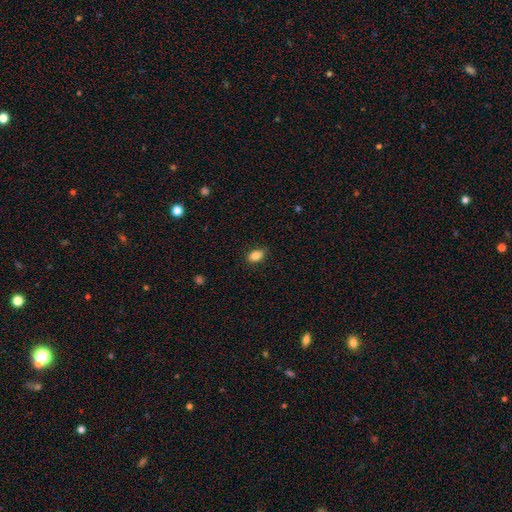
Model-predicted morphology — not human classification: A smooth galaxy with no disk features (85%) that is in between round and cigar-shaped (83%).

Vote fractions:
- Smooth or featured? smooth: 85% / star or artifact: 9% / featured or disk: 6%
- How rounded? in between: 83% / round: 15% / cigar-shaped: 2%
- Merging? none: 83% / minor disturbance: 14% / major disturbance: 2% / merger: 1%